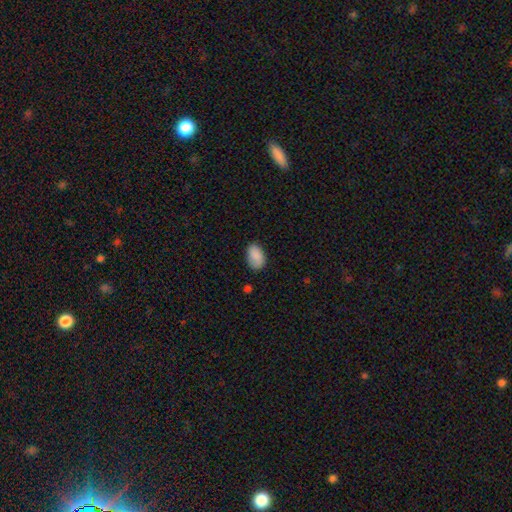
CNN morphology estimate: Smooth or featured? Predicted: smooth (p=0.87). How rounded? Predicted: in between (p=0.91). Merging? Predicted: none (p=0.75).